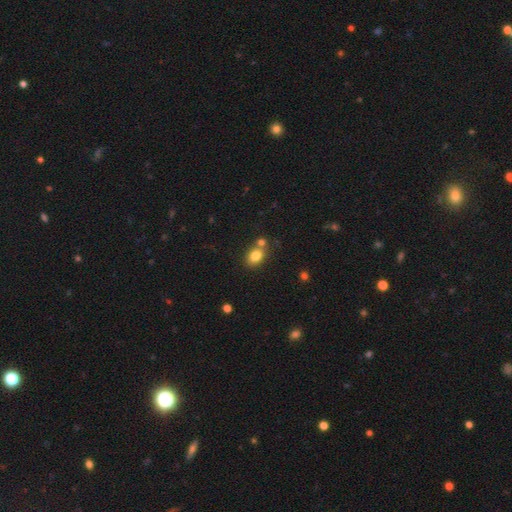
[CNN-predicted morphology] Smooth or featured: smooth — 81% (star or artifact — 10%)
How rounded: in between — 61% (round — 38%)
Merging: none — 58% (merger — 27%)